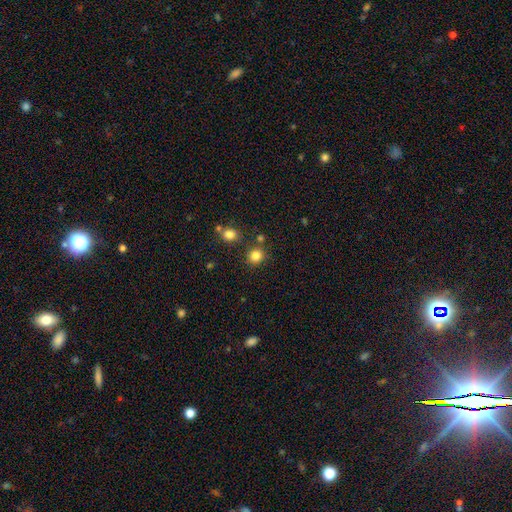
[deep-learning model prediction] Smooth or featured?
  - smooth: 83% *
  - star or artifact: 13%
  - featured or disk: 5%
How rounded?
  - round: 85% *
  - in between: 14%
  - cigar-shaped: 1%
Merging?
  - none: 80% *
  - minor disturbance: 9%
  - merger: 8%
  - major disturbance: 3%